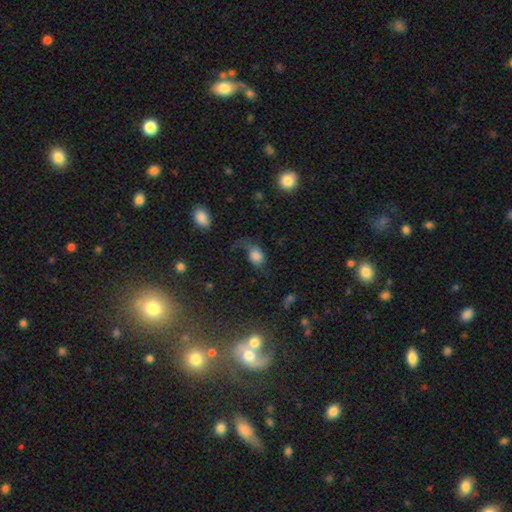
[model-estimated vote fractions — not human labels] Overall: smooth (65%). How rounded: in between (63%; round 35%). Merging: major disturbance (44%; none 29%).